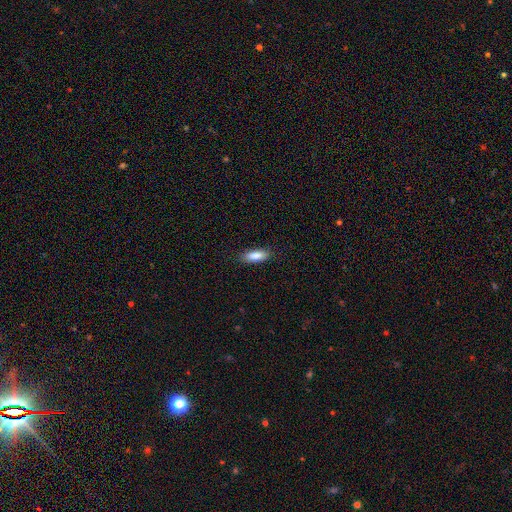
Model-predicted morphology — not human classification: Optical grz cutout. It shows a smooth galaxy with no disk features (87%) that is in between round and cigar-shaped (67%). Merging: none (86%).